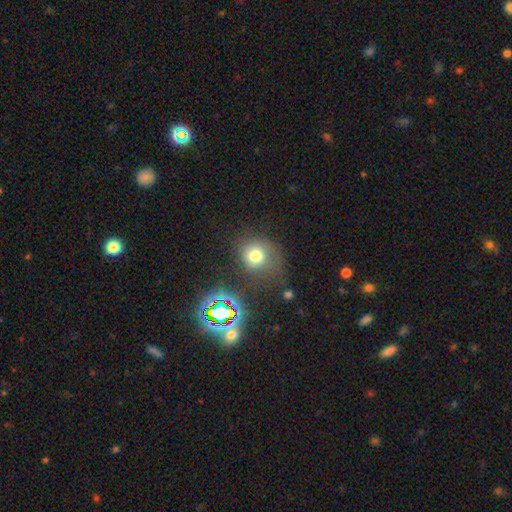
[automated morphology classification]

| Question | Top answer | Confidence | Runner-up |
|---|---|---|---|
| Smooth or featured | smooth | 70% | star or artifact (19%) |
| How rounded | round | 82% | in between (17%) |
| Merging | none | 66% | minor disturbance (19%) |